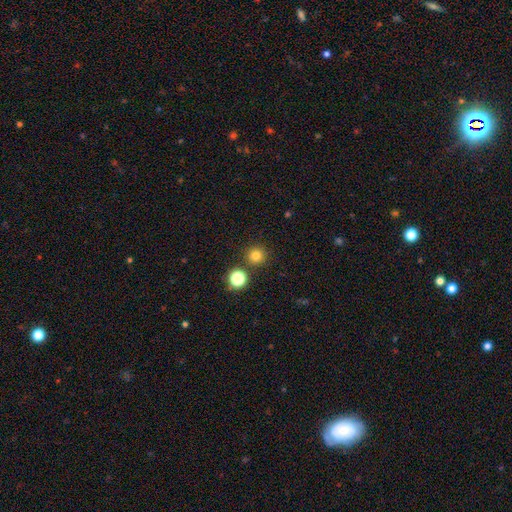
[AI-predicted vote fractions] smooth 79%, star or artifact 16%, featured or disk 5%. Down the decision tree: how rounded — round (95%); merging — none (86%).